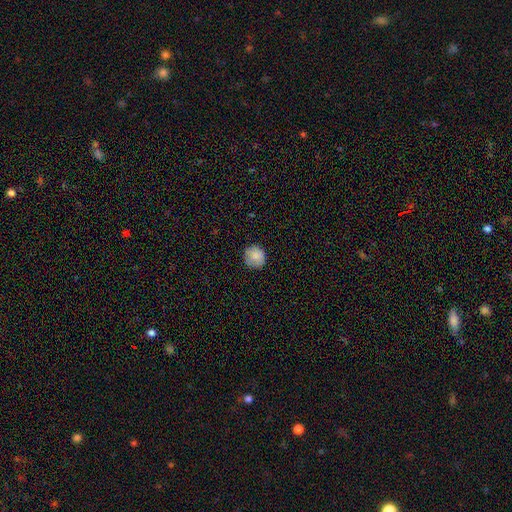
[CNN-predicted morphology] Q: Smooth or featured?
A: smooth (86%); runner-up: star or artifact (8%)
Q: How rounded?
A: round (91%); runner-up: in between (8%)
Q: Merging?
A: none (85%); runner-up: minor disturbance (12%)